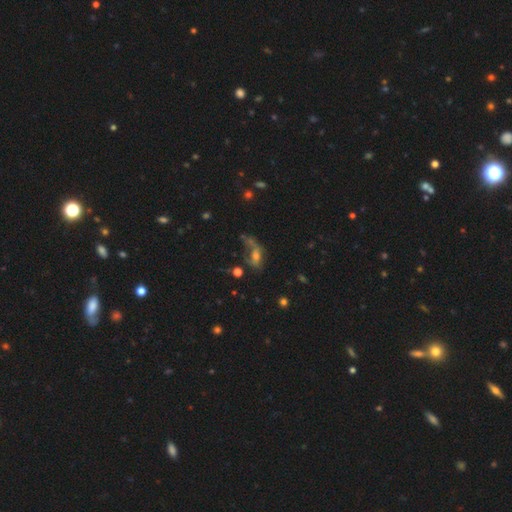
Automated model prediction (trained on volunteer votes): featured or disk 41%, smooth 37%, star or artifact 22%. Down the decision tree: merging — major disturbance (44%).